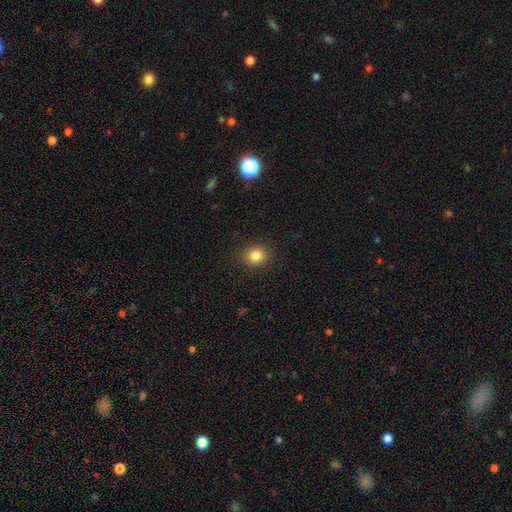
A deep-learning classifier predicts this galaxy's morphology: This appears to be a smooth galaxy with no disk features (84%) that is round (69%). Merging: none (89%).